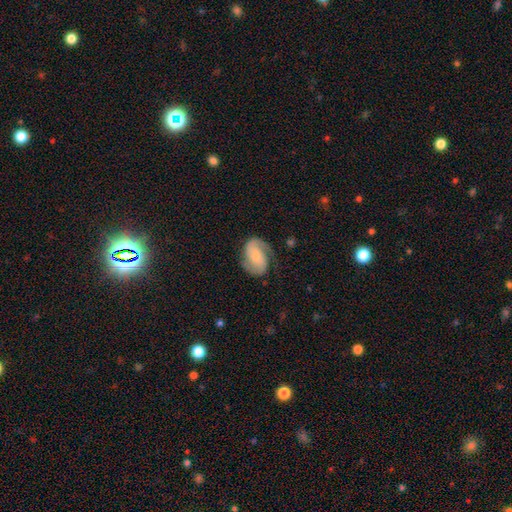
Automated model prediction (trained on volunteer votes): Smooth or featured: featured or disk — 79% (smooth — 15%)
Edge-on disk: no — 98% (yes — 2%)
Bar: no — 49% (weak — 35%)
Spiral arms: yes — 96% (no — 4%)
Spiral winding: medium — 51% (tight — 29%)
Spiral arm count: 2 — 91% (can't tell — 3%)
Bulge size: small — 39% (none — 28%)
Merging: none — 75% (minor disturbance — 16%)